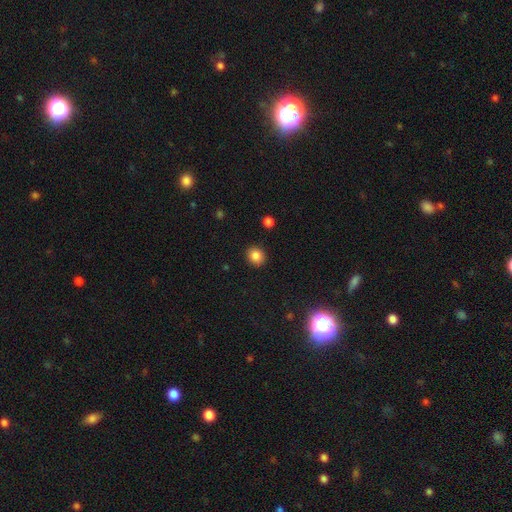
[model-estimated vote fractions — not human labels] smooth 85%, star or artifact 11%, featured or disk 5%. Down the decision tree: how rounded — round (81%); merging — none (91%).